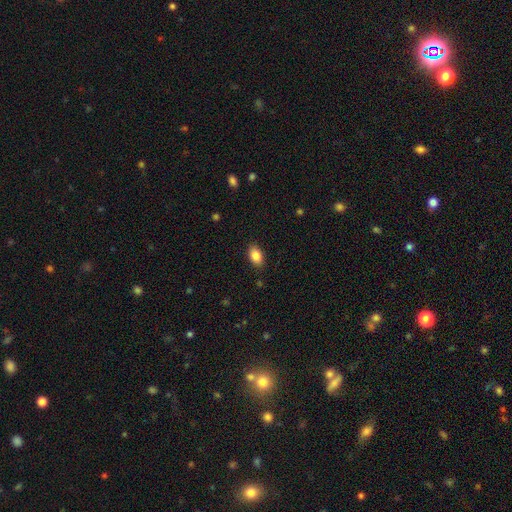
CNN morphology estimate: Smooth or featured? Predicted: smooth (p=0.86). How rounded? Predicted: in between (p=0.90). Merging? Predicted: none (p=0.87).